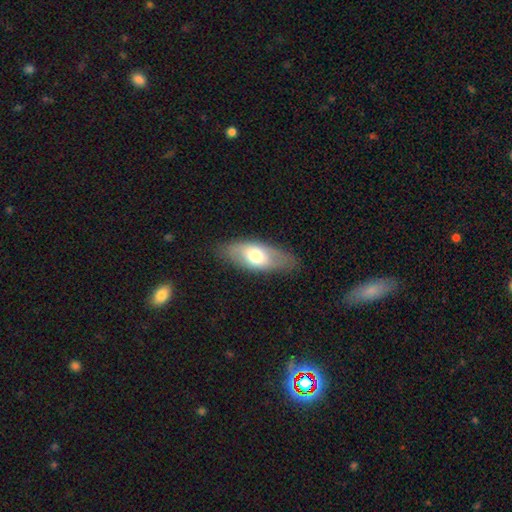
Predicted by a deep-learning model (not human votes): This appears to be a smooth galaxy with no disk features (59%) that is in between round and cigar-shaped (85%). Merging: none (81%).